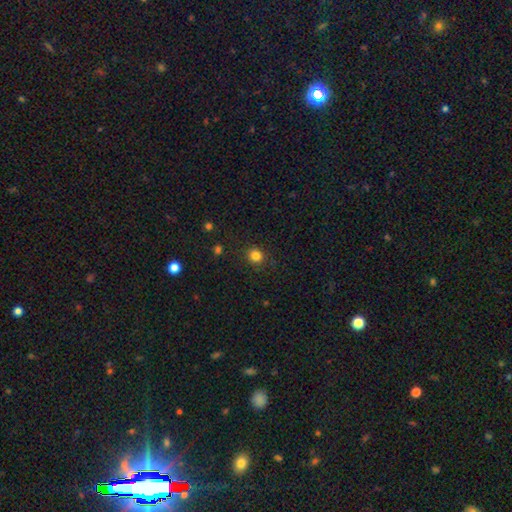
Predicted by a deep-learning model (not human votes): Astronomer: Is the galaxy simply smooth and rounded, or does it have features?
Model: smooth — 82%.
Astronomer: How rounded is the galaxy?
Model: round — 90%.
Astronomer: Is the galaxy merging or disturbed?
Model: none — 90%.